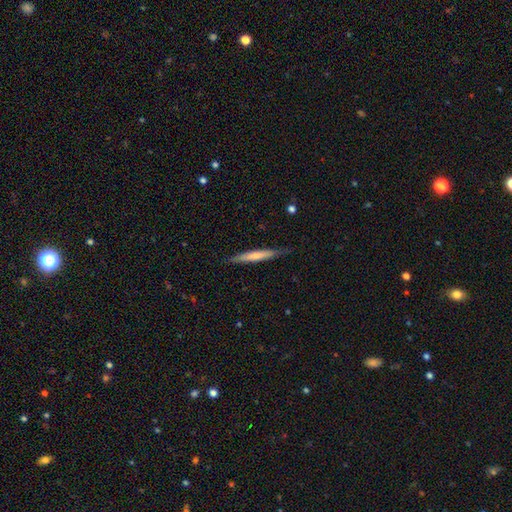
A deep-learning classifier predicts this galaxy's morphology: smooth 59%, featured or disk 36%, star or artifact 5%. Down the decision tree: how rounded — cigar-shaped (94%); merging — none (80%).